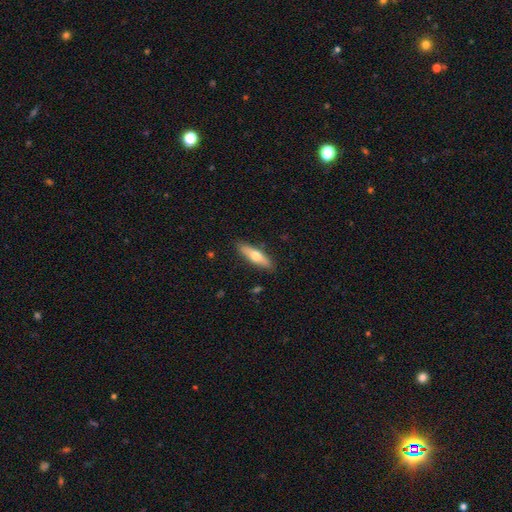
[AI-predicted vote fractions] This is possibly a smooth galaxy (58%). How rounded: possibly cigar-shaped (60%). Merging: clearly none (88%).